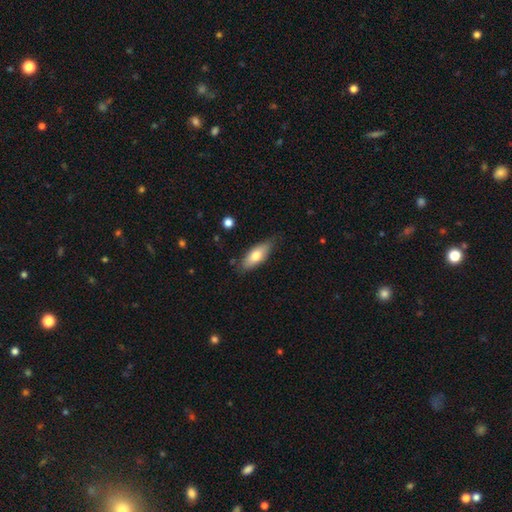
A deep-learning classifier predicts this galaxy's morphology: smooth-or-featured: smooth: 73% | featured or disk: 21% | star or artifact: 6%
  how-rounded: in between: 77% | cigar-shaped: 20% | round: 2%
  merging: none: 74% | minor disturbance: 21% | major disturbance: 3% | merger: 2%